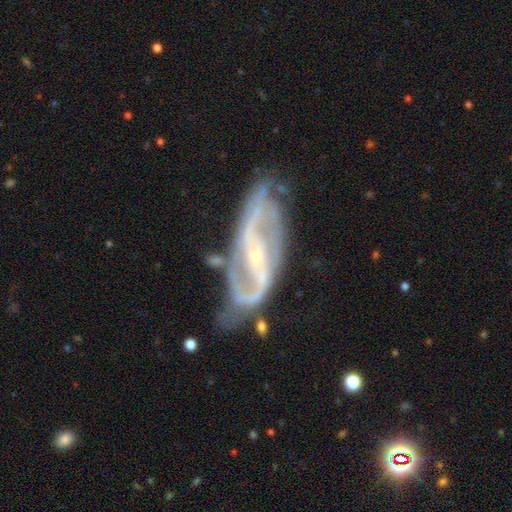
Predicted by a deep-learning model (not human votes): The model was most divided on "bar": strong: 39%, weak: 34%, no: 27%. Remaining: spiral arms — yes (95%); edge-on disk — no (93%); smooth or featured — featured or disk (89%); spiral arm count — 2 (79%); bulge size — small (79%); merging — none (58%); spiral winding — medium (47%).